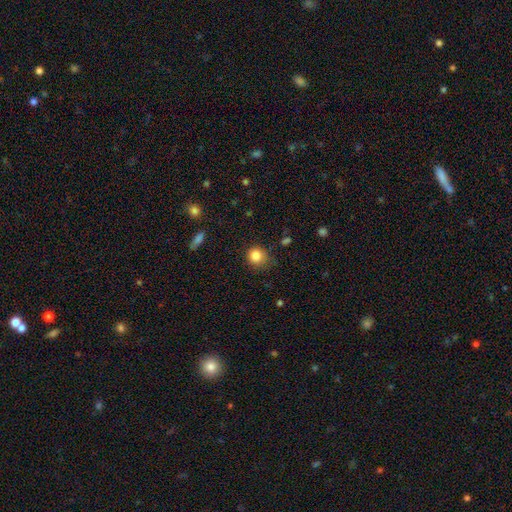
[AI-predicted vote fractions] A smooth galaxy with no disk features (84%) that is round (89%).

Vote fractions:
- Smooth or featured? smooth: 84% / star or artifact: 11% / featured or disk: 5%
- How rounded? round: 89% / in between: 10% / cigar-shaped: 1%
- Merging? none: 79% / minor disturbance: 16% / major disturbance: 4% / merger: 2%